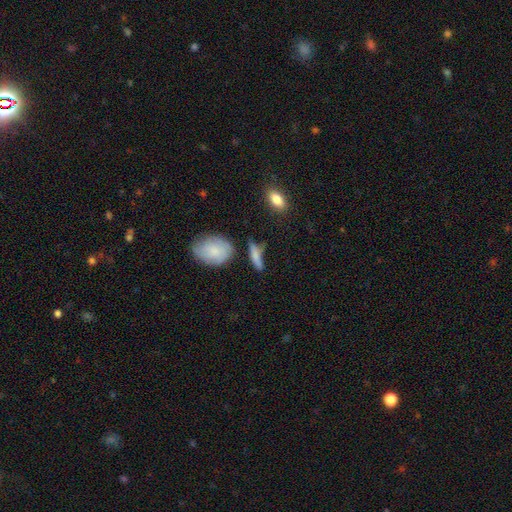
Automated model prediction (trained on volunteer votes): The model was most divided on "how rounded": cigar-shaped: 63%, in between: 32%, round: 5%. More confident: smooth or featured — smooth (67%); merging — none (59%).